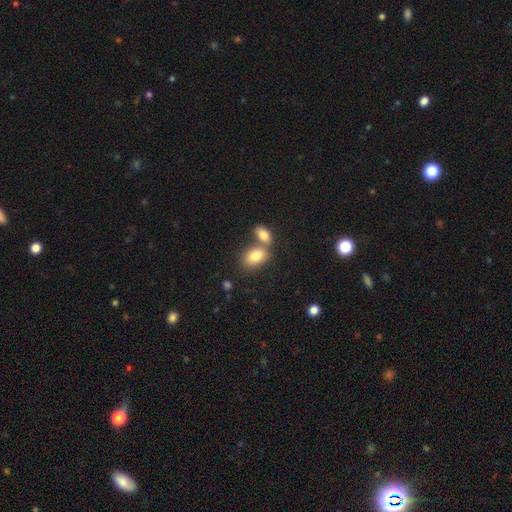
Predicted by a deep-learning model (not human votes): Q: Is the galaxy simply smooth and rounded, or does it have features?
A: smooth — 82%.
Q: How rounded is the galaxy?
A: in between — 87%.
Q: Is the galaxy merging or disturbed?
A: merger — 53%.